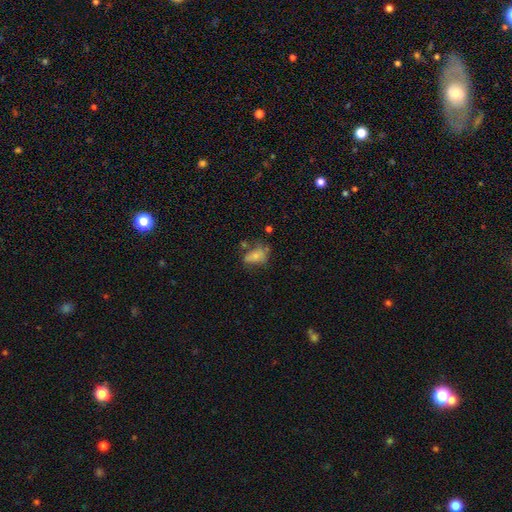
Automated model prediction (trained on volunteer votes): Smooth or featured? smooth (68%)
How rounded? in between (84%)
Merging? none (39%)